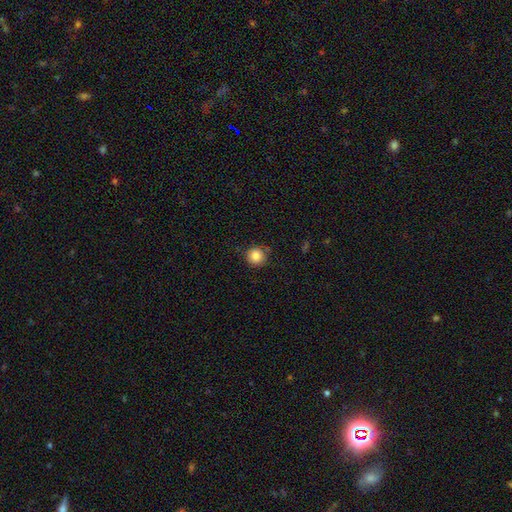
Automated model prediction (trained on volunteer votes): This is clearly a smooth galaxy (85%). How rounded: clearly round (94%). Merging: clearly none (81%).